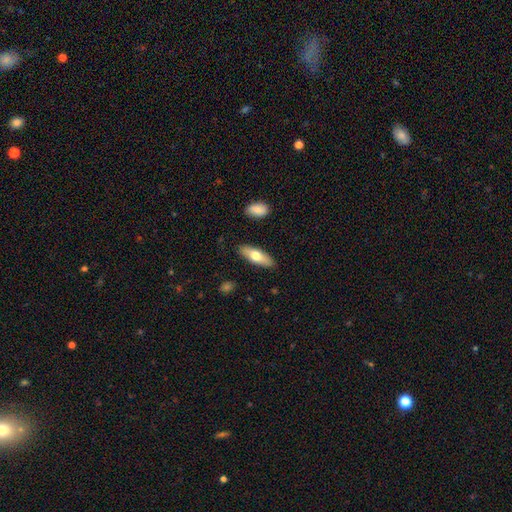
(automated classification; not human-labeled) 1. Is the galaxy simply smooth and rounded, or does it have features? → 66% smooth, 29% featured or disk, 6% star or artifact.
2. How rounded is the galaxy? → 59% in between, 38% cigar-shaped, 2% round.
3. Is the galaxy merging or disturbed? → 88% none, 9% minor disturbance, 2% major disturbance, 2% merger.